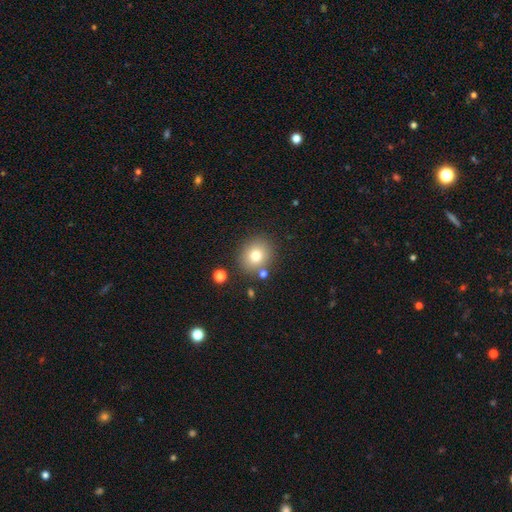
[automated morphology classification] The model was most divided on "how rounded": round: 76%, in between: 23%, cigar-shaped: 1%. More confident: merging — none (82%); smooth or featured — smooth (77%).